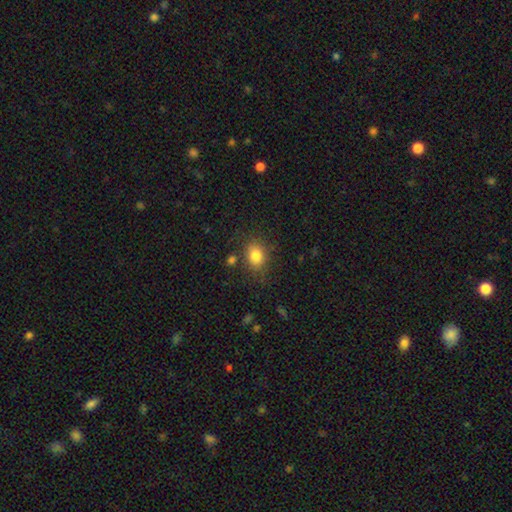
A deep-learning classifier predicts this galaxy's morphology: smooth 82%, star or artifact 11%, featured or disk 7%. Down the decision tree: how rounded — in between (52%); merging — none (78%).